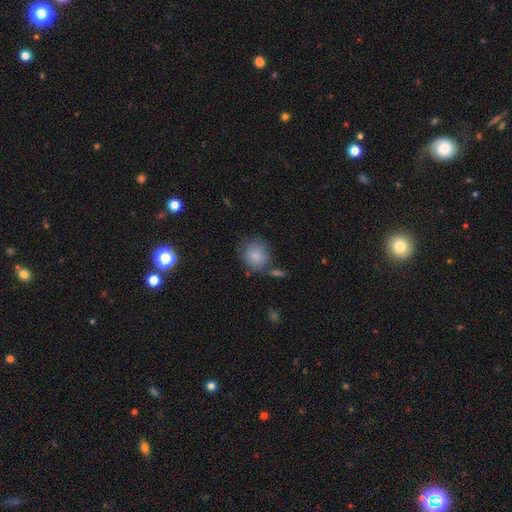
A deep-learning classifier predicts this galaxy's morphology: smooth-or-featured: smooth: 85% | featured or disk: 8% | star or artifact: 7%
  how-rounded: round: 79% | in between: 20% | cigar-shaped: 1%
  merging: none: 68% | minor disturbance: 18% | merger: 8% | major disturbance: 6%